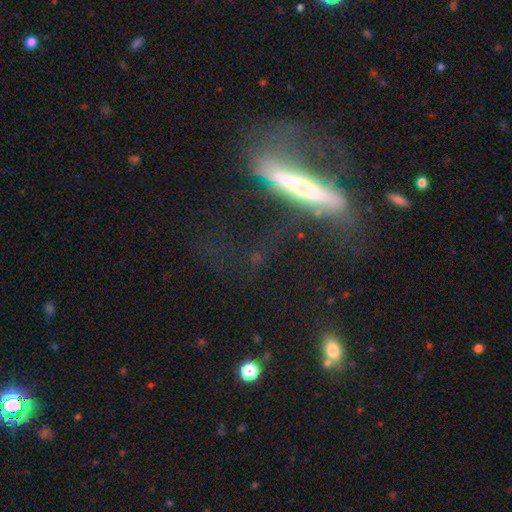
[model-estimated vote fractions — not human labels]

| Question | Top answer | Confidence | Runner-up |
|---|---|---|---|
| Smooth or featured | featured or disk | 56% | smooth (32%) |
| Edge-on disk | yes | 68% | no (32%) |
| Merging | none | 39% | major disturbance (38%) |